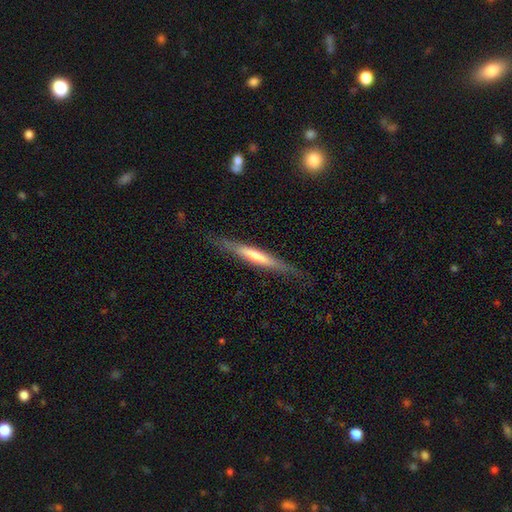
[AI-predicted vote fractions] Q: Smooth or featured?
A: featured or disk (65%); runner-up: smooth (29%)
Q: Edge-on disk?
A: yes (94%); runner-up: no (6%)
Q: Edge-on bulge?
A: none (44%); runner-up: rounded (43%)
Q: Merging?
A: none (82%); runner-up: minor disturbance (14%)